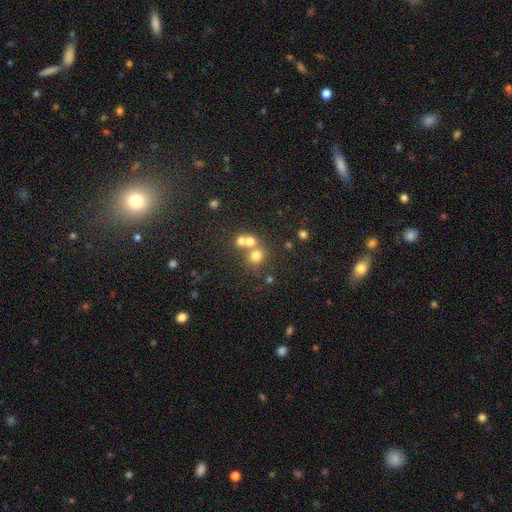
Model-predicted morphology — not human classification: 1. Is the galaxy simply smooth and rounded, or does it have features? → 68% smooth, 18% star or artifact, 15% featured or disk.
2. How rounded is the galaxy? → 83% round, 16% in between, 1% cigar-shaped.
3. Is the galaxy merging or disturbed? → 45% none, 43% merger, 7% minor disturbance, 4% major disturbance.